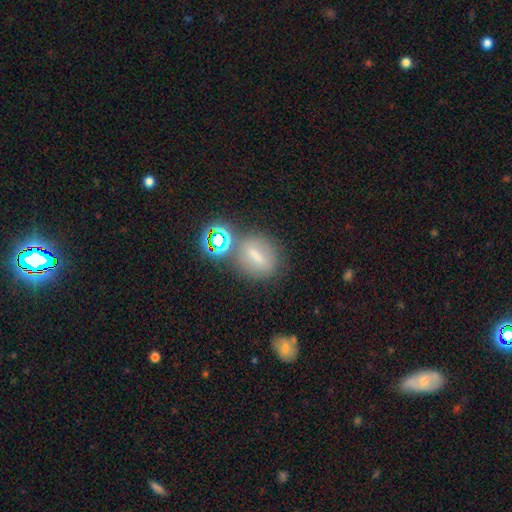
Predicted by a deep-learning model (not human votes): smooth 52%, star or artifact 25%, featured or disk 23%. Down the decision tree: how rounded — round (49%); merging — none (63%).